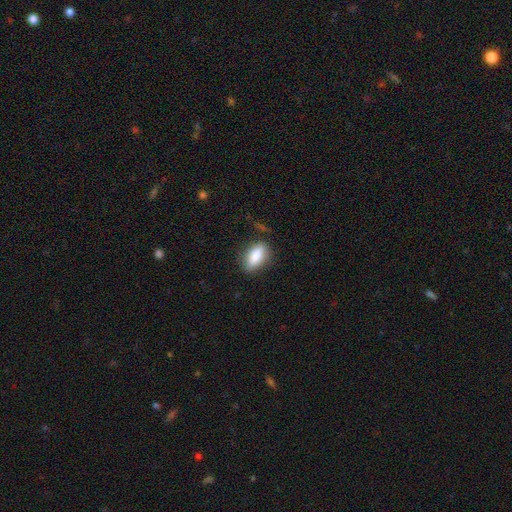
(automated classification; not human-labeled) This appears to be a smooth galaxy with no disk features (81%) that is in between round and cigar-shaped (83%). Merging: none (79%).